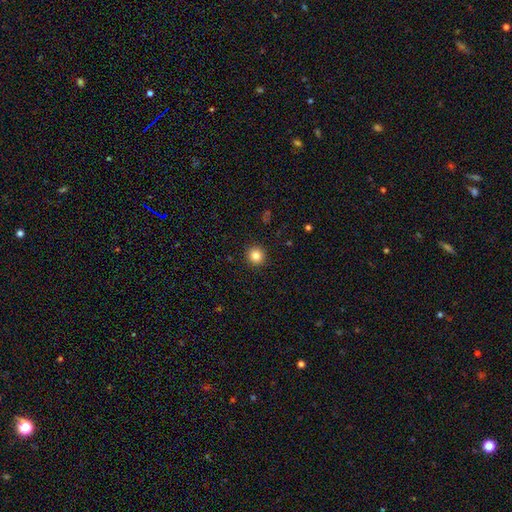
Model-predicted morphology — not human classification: This appears to be a smooth galaxy with no disk features (85%) that is round (94%). Merging: none (92%).